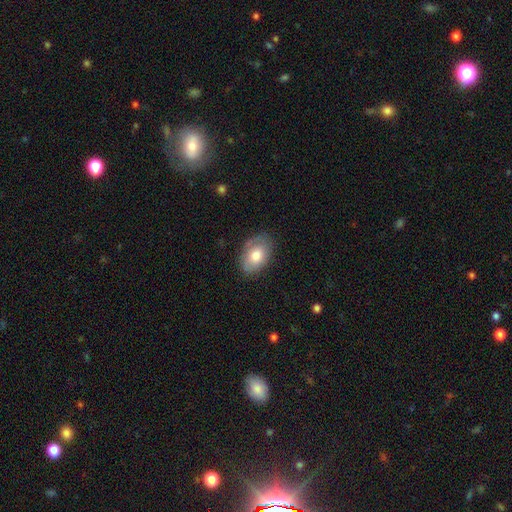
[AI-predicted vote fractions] Morphology: type=smooth (74%); roundness=in between (88%); merging=none (76%).